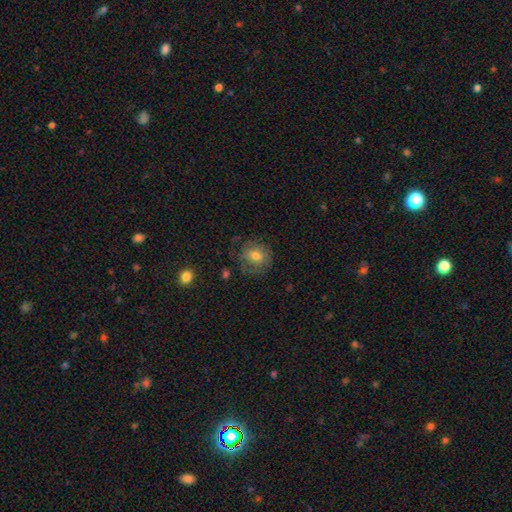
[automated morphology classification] Overall: smooth (67%). How rounded: round (77%). Merging: none (69%).